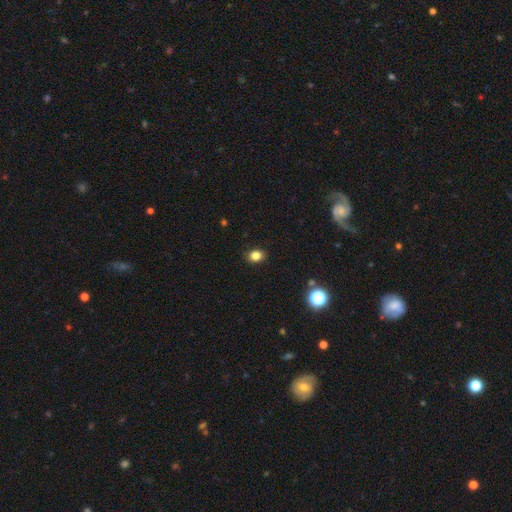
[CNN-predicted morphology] Smooth or featured?
  - smooth: 82% *
  - star or artifact: 12%
  - featured or disk: 5%
How rounded?
  - in between: 52% *
  - round: 47%
  - cigar-shaped: 1%
Merging?
  - none: 89% *
  - minor disturbance: 8%
  - major disturbance: 2%
  - merger: 1%